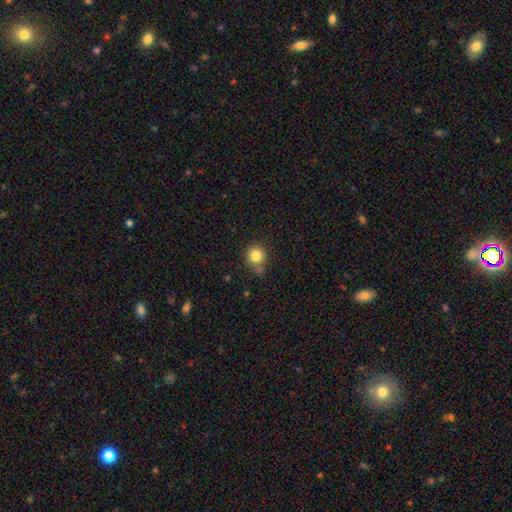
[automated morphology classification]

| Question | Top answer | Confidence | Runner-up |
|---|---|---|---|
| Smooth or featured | smooth | 83% | star or artifact (11%) |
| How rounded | round | 91% | in between (8%) |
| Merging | none | 73% | minor disturbance (14%) |